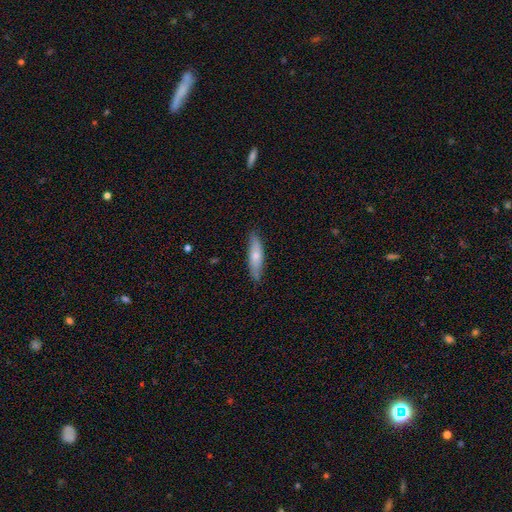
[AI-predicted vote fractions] Q: Smooth or featured?
A: smooth (66%); runner-up: featured or disk (29%)
Q: How rounded?
A: cigar-shaped (64%); runner-up: in between (34%)
Q: Merging?
A: none (80%); runner-up: minor disturbance (16%)